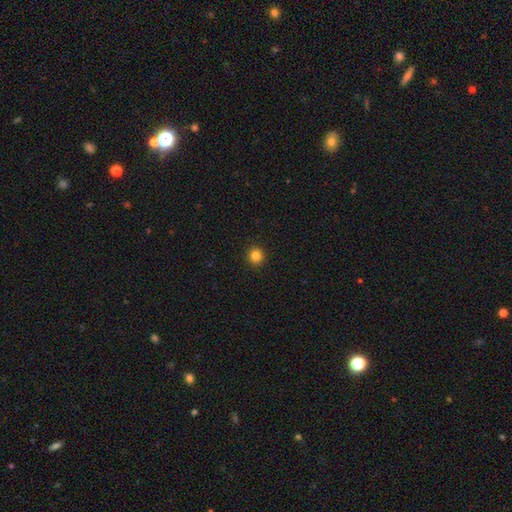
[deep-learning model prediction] A smooth galaxy with no disk features (84%) that is round (94%).

Vote fractions:
- Smooth or featured? smooth: 84% / star or artifact: 12% / featured or disk: 4%
- How rounded? round: 94% / in between: 5% / cigar-shaped: 1%
- Merging? none: 93% / minor disturbance: 4% / major disturbance: 2% / merger: 1%